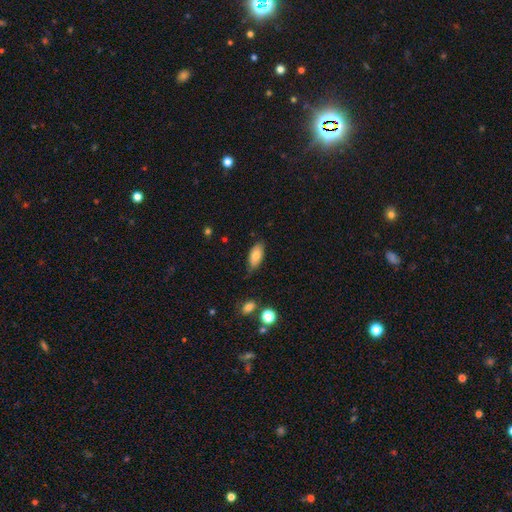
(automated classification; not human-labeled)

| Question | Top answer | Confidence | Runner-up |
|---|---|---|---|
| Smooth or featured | smooth | 78% | featured or disk (15%) |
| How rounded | in between | 89% | cigar-shaped (9%) |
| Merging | none | 71% | minor disturbance (23%) |